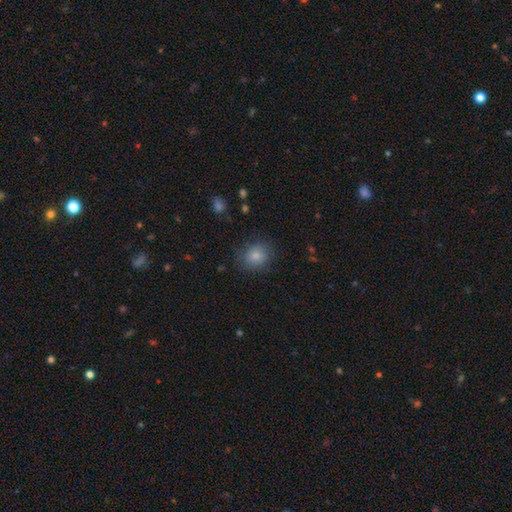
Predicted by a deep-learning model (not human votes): smooth 84%, star or artifact 10%, featured or disk 7%. Down the decision tree: how rounded — round (65%); merging — none (81%).